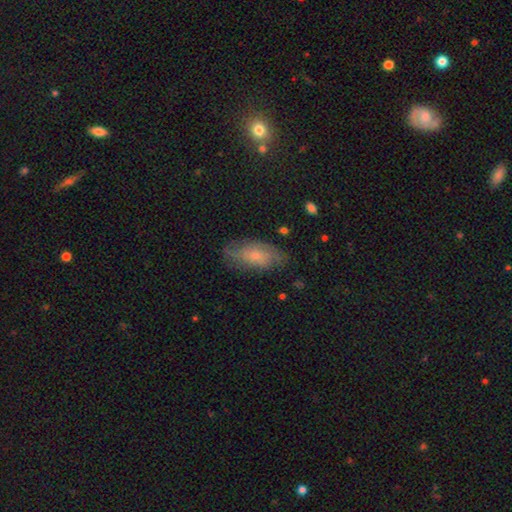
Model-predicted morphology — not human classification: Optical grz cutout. It shows a featured or disk galaxy (47%). Merging: none (67%).